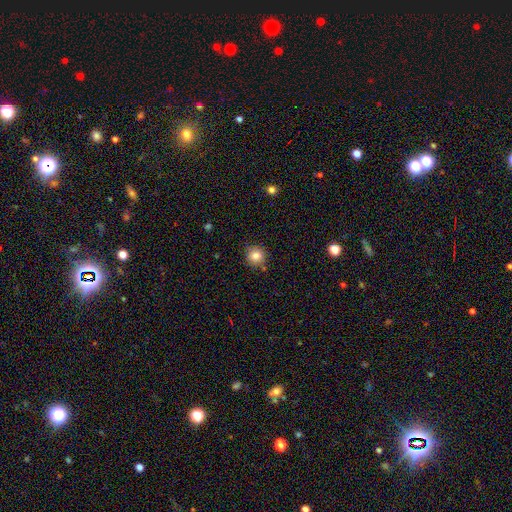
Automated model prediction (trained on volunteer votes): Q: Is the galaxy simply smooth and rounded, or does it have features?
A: smooth — 84%.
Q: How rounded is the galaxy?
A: round — 92%.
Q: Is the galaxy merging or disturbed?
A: none — 84%.